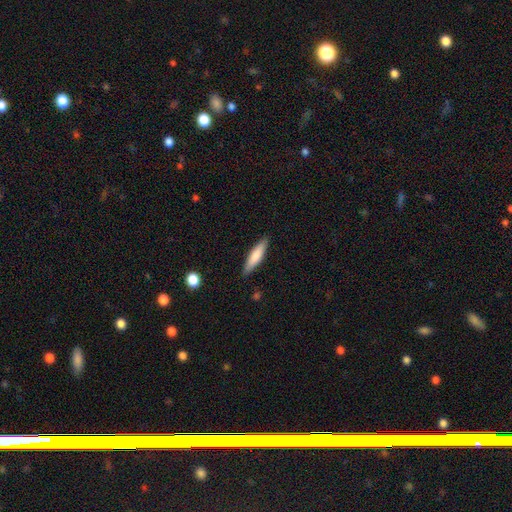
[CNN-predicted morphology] A smooth galaxy with no disk features (75%) that is cigar-shaped (78%).

Vote fractions:
- Smooth or featured? smooth: 75% / featured or disk: 20% / star or artifact: 5%
- How rounded? cigar-shaped: 78% / in between: 21% / round: 1%
- Merging? none: 88% / minor disturbance: 9% / major disturbance: 2% / merger: 1%